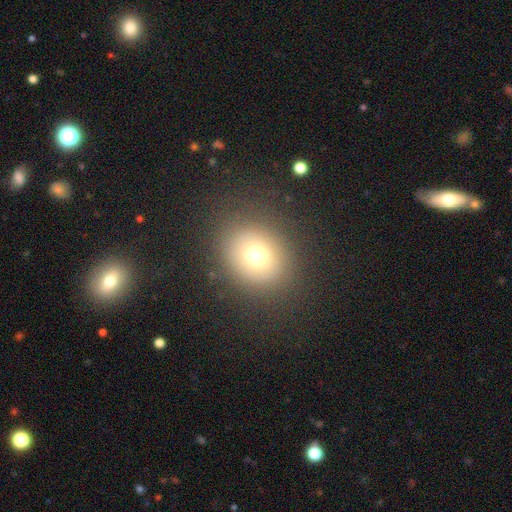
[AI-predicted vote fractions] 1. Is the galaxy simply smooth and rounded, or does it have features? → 70% smooth, 16% star or artifact, 15% featured or disk.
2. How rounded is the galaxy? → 69% round, 31% in between, 1% cigar-shaped.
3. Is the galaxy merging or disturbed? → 85% none, 9% minor disturbance, 5% major disturbance, 1% merger.